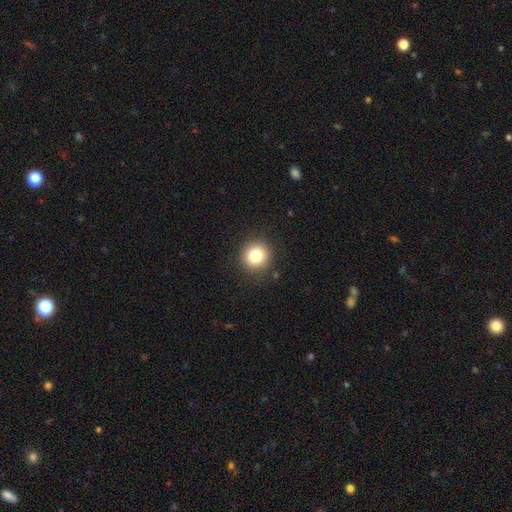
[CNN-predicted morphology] This is clearly a smooth galaxy (83%). How rounded: clearly round (93%). Merging: clearly none (90%).